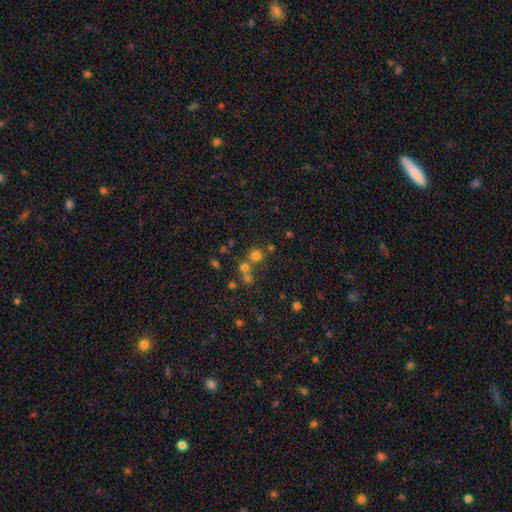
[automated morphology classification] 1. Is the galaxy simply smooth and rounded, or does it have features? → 69% smooth, 21% star or artifact, 10% featured or disk.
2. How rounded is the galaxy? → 89% round, 10% in between, 1% cigar-shaped.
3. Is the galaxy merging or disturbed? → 60% none, 30% merger, 7% minor disturbance, 3% major disturbance.